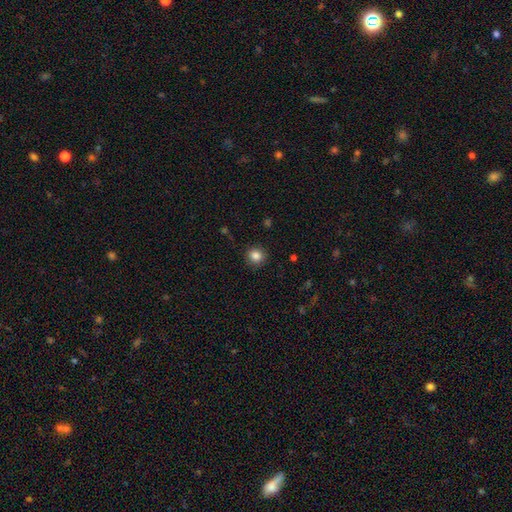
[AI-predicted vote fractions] This is clearly a smooth galaxy (85%). How rounded: clearly round (91%). Merging: clearly none (89%).